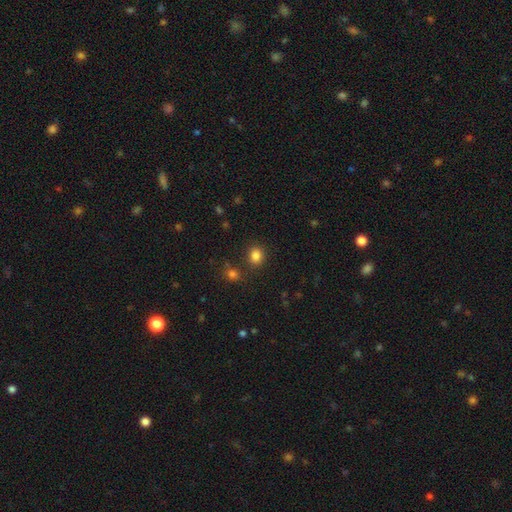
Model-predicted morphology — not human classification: Smooth or featured? Predicted: smooth (p=0.83). How rounded? Predicted: round (p=0.65). Merging? Predicted: none (p=0.80).